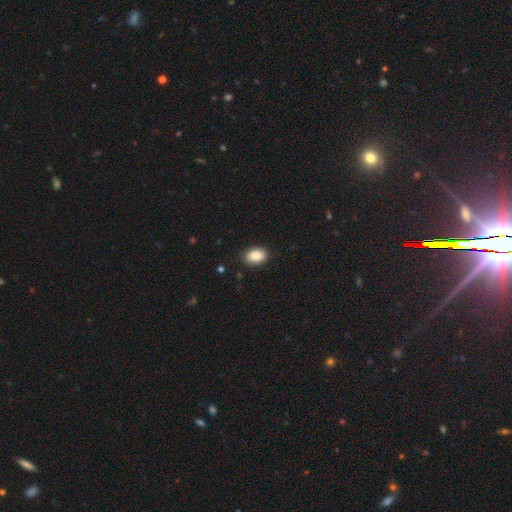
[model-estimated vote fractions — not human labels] Morphology: type=smooth (88%); roundness=in between (87%); merging=none (88%).